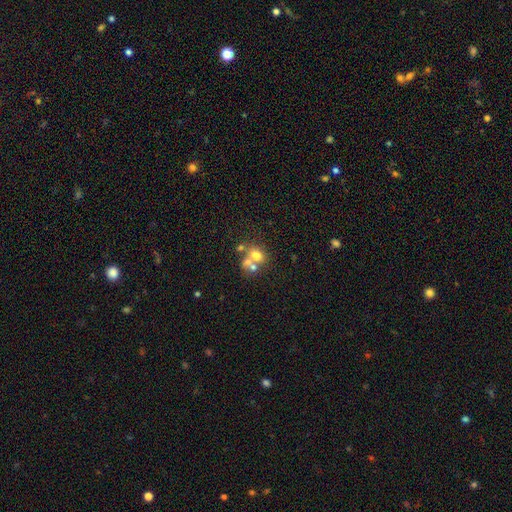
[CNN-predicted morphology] smooth 62%, featured or disk 23%, star or artifact 15%. Down the decision tree: how rounded — round (62%); merging — merger (50%).